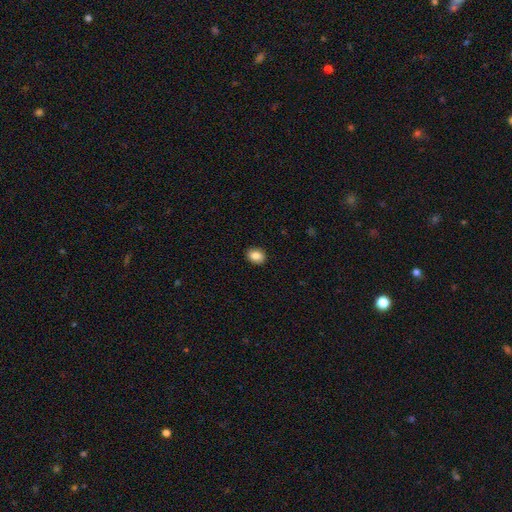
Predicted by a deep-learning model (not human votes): Smooth or featured? smooth (86%)
How rounded? in between (58%)
Merging? none (90%)